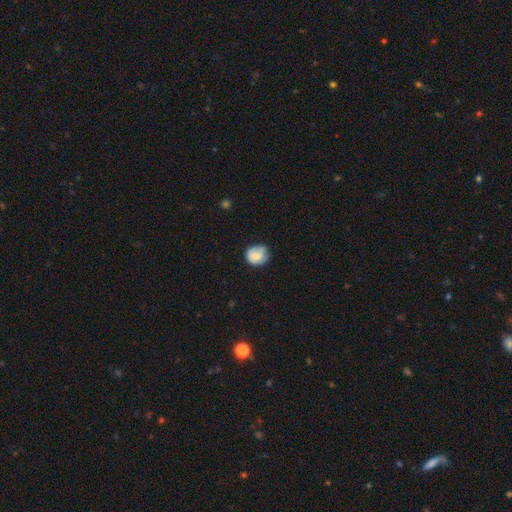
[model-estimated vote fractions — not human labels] Smooth or featured? Predicted: smooth (p=0.65). How rounded? Predicted: round (p=0.73). Merging? Predicted: none (p=0.54).